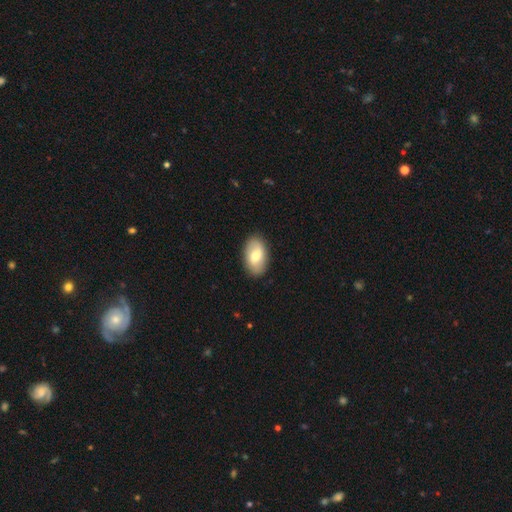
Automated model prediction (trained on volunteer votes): A smooth galaxy with no disk features (69%) that is in between round and cigar-shaped (93%). Merging: none (88%).